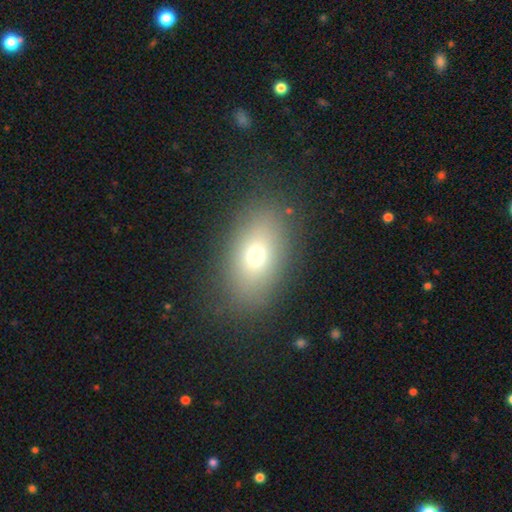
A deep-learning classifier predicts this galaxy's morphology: A smooth galaxy with no disk features (70%) that is in between round and cigar-shaped (84%).

Vote fractions:
- Smooth or featured? smooth: 70% / featured or disk: 18% / star or artifact: 13%
- How rounded? in between: 84% / round: 13% / cigar-shaped: 3%
- Merging? none: 85% / minor disturbance: 10% / major disturbance: 4% / merger: 1%